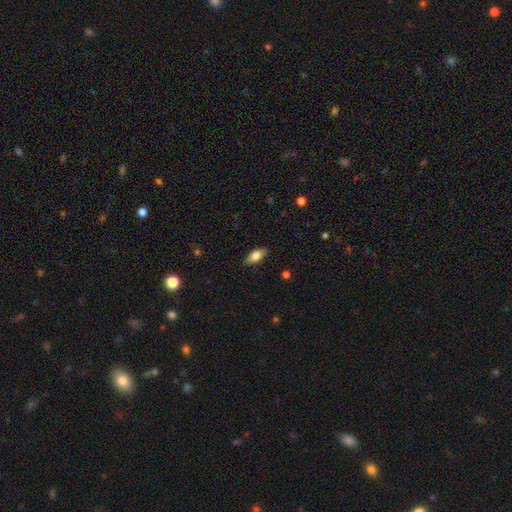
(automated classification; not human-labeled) smooth-or-featured: smooth: 78% | featured or disk: 15% | star or artifact: 7%
  how-rounded: in between: 85% | cigar-shaped: 12% | round: 3%
  merging: none: 85% | minor disturbance: 12% | major disturbance: 3% | merger: 1%